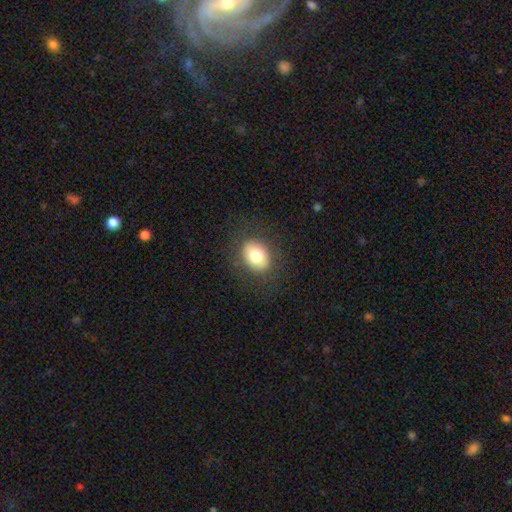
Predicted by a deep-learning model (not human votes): Smooth or featured?
  - smooth: 76% *
  - featured or disk: 15%
  - star or artifact: 9%
How rounded?
  - in between: 54% *
  - round: 45%
  - cigar-shaped: 1%
Merging?
  - none: 82% *
  - minor disturbance: 11%
  - major disturbance: 6%
  - merger: 1%